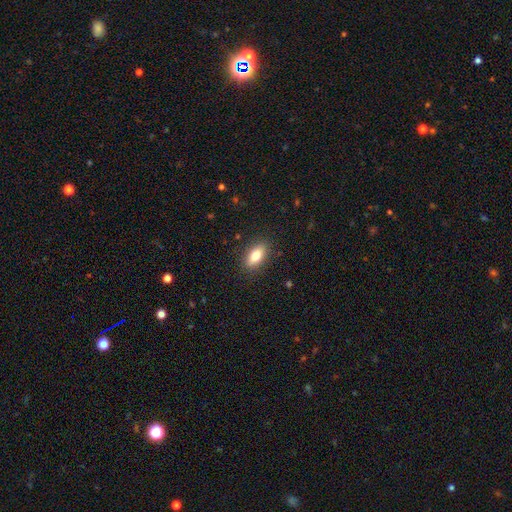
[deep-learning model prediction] smooth-or-featured: smooth: 76% | featured or disk: 16% | star or artifact: 8%
  how-rounded: in between: 84% | cigar-shaped: 11% | round: 5%
  merging: none: 88% | minor disturbance: 9% | major disturbance: 2% | merger: 1%